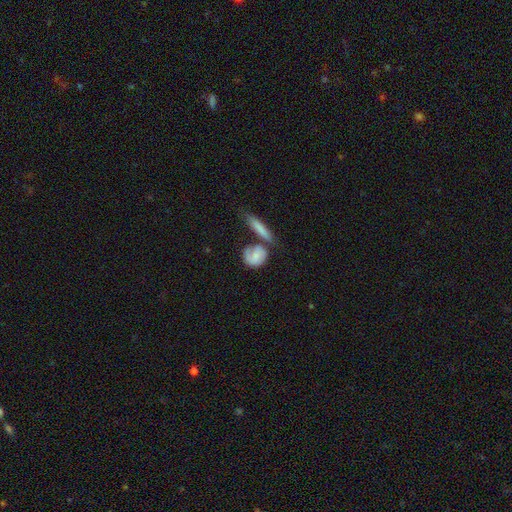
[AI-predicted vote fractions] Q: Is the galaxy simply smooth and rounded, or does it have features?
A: smooth — 64%.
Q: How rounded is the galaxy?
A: round — 53%.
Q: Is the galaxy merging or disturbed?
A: none — 43%.